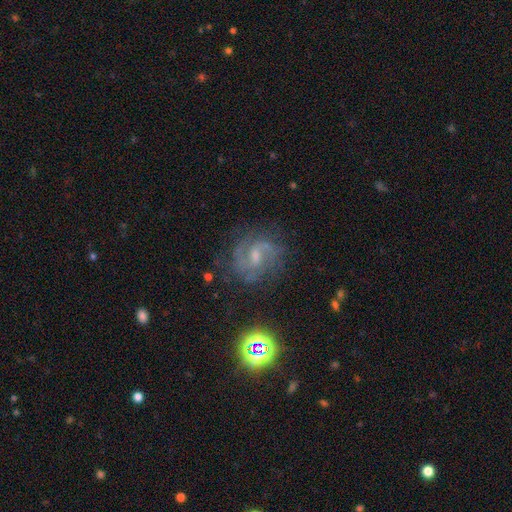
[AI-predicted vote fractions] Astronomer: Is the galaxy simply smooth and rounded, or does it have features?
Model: featured or disk — 81%.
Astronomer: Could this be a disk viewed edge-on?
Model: no — 98%.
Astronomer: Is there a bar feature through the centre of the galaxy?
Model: weak — 59%.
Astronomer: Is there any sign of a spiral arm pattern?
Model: yes — 96%.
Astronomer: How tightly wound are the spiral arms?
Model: medium — 55%.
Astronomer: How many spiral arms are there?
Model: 2 — 77%.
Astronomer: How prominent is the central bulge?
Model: small — 54% (runner-up: moderate, 34%).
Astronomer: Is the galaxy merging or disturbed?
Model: none — 74%.